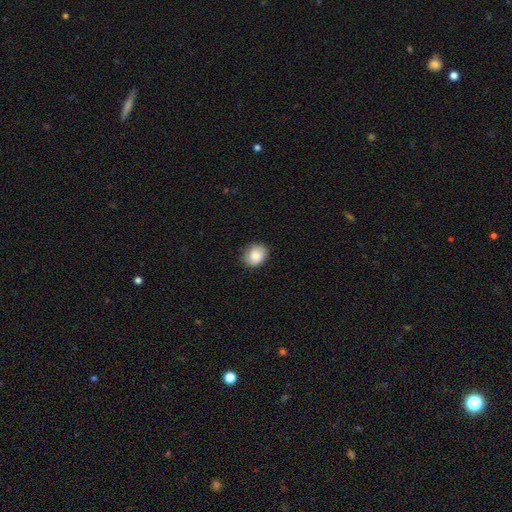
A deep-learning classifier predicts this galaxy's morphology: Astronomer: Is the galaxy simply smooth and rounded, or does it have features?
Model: smooth — 87%.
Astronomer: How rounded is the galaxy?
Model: round — 58% (runner-up: in between, 42%).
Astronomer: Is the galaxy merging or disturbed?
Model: none — 85%.